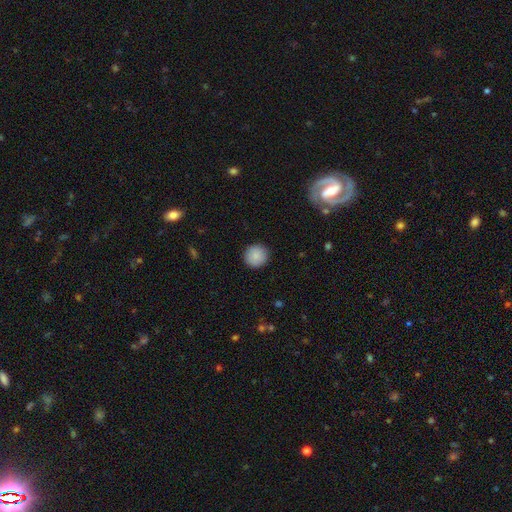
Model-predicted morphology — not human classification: Q: Smooth or featured?
A: smooth (88%); runner-up: star or artifact (7%)
Q: How rounded?
A: round (93%); runner-up: in between (7%)
Q: Merging?
A: none (91%); runner-up: minor disturbance (6%)